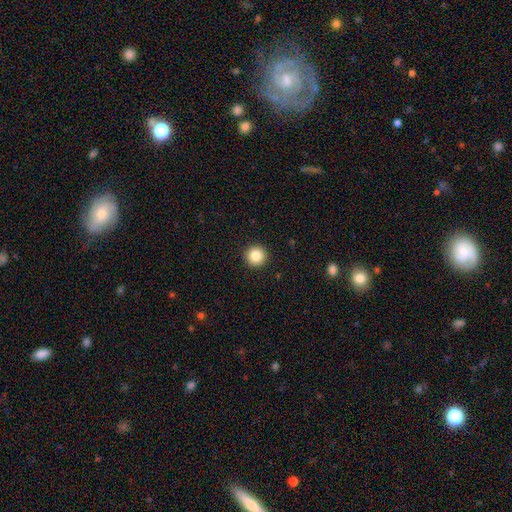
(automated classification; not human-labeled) smooth_or_featured: smooth (p=0.84) [alt: star or artifact p=0.10]
how_rounded: round (p=0.96) [alt: in between p=0.03]
merging: none (p=0.93) [alt: minor disturbance p=0.04]